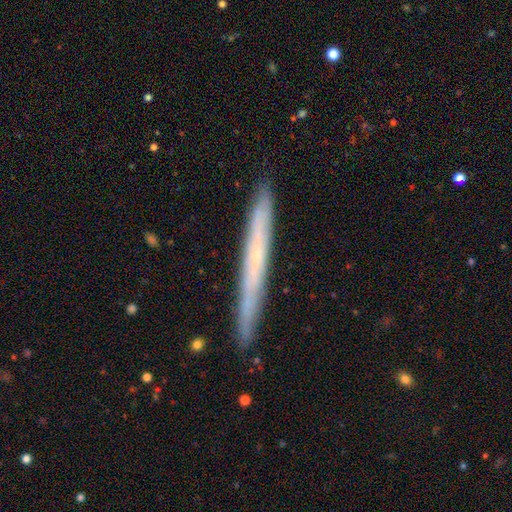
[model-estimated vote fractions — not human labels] Smooth or featured? featured or disk (58%)
Edge-on disk? yes (93%)
Edge-on bulge? none (73%)
Merging? none (89%)